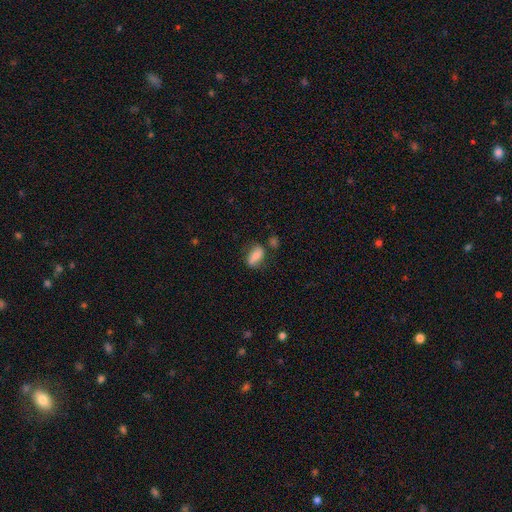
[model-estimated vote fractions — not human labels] A smooth galaxy with no disk features (73%) that is in between round and cigar-shaped (82%). Merging: none (65%).